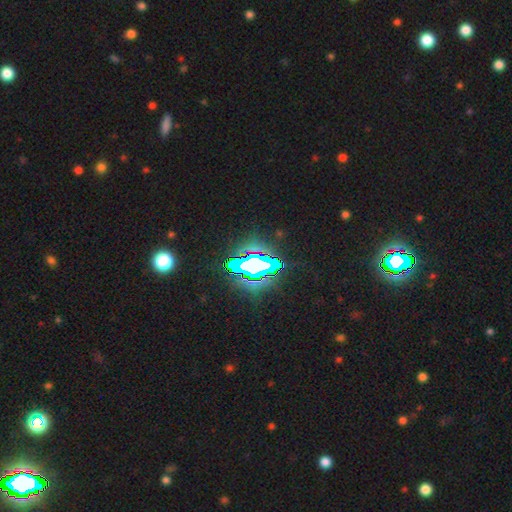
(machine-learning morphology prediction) Smooth or featured? star or artifact (73%)